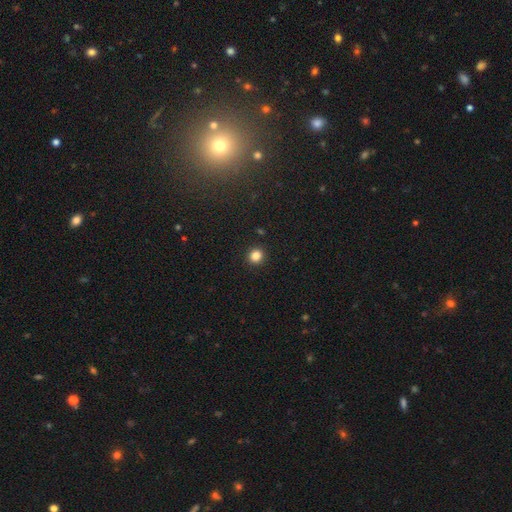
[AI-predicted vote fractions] Smooth or featured: smooth — 84% (star or artifact — 12%)
How rounded: round — 88% (in between — 11%)
Merging: none — 92% (minor disturbance — 5%)